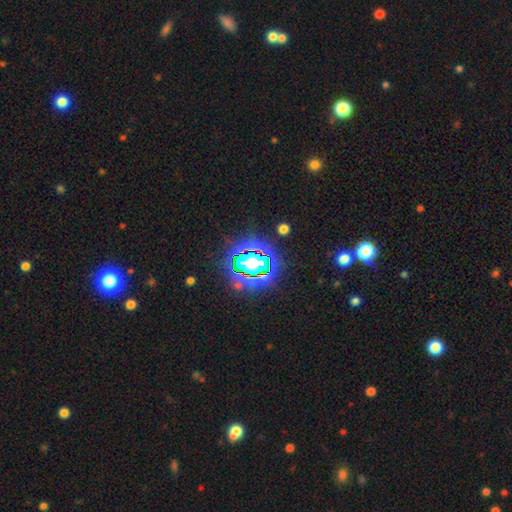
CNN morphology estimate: Smooth or featured: star or artifact — 72% (smooth — 16%)